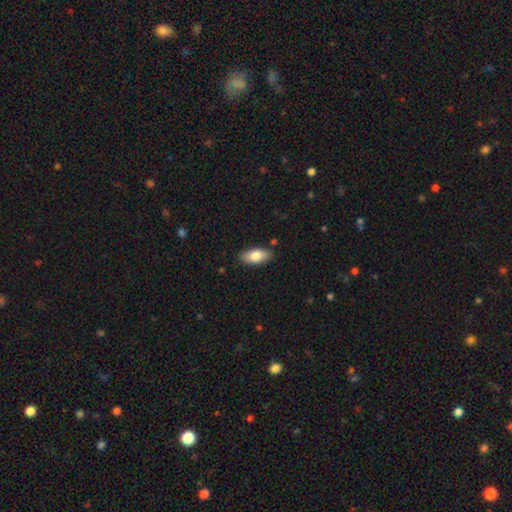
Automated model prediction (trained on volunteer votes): Smooth or featured? Predicted: smooth (p=0.80). How rounded? Predicted: in between (p=0.87). Merging? Predicted: none (p=0.86).